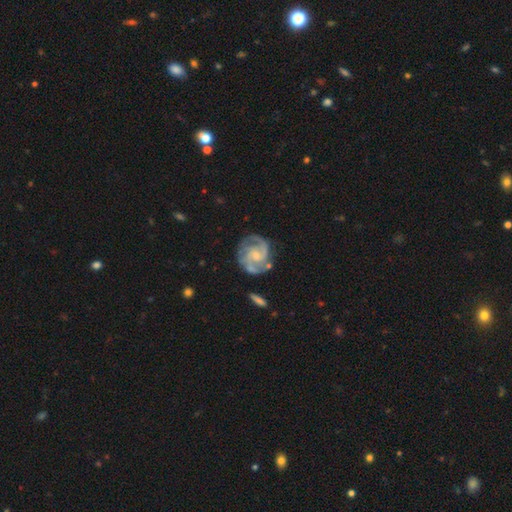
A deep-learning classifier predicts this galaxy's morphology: Smooth or featured? Predicted: featured or disk (p=0.88). Edge-on disk? Predicted: no (p=0.98). Bar? Predicted: no (p=0.54). Spiral arms? Predicted: yes (p=0.97). Spiral winding? Predicted: medium (p=0.47). Spiral arm count? Predicted: 2 (p=0.59). Bulge size? Predicted: small (p=0.60). Merging? Predicted: none (p=0.69).